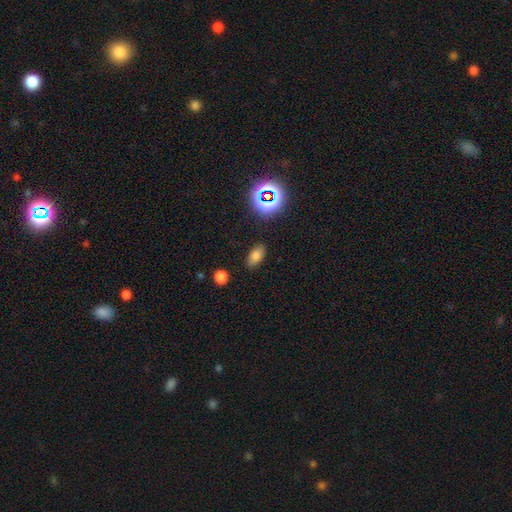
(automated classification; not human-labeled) Q: Smooth or featured?
A: smooth (74%); runner-up: star or artifact (17%)
Q: How rounded?
A: in between (88%); runner-up: round (7%)
Q: Merging?
A: none (85%); runner-up: minor disturbance (10%)